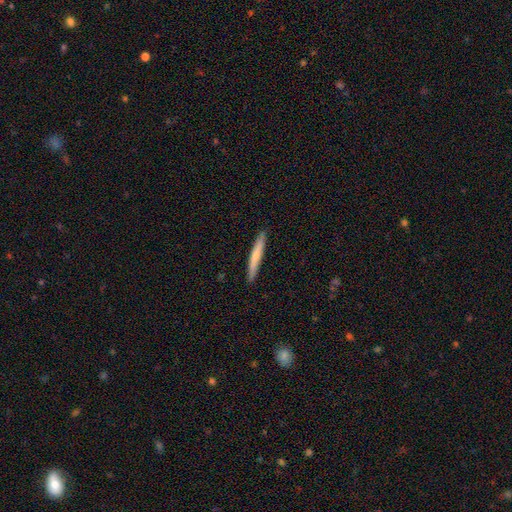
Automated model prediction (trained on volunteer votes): smooth 63%, featured or disk 32%, star or artifact 5%. Down the decision tree: how rounded — cigar-shaped (96%); merging — none (91%).